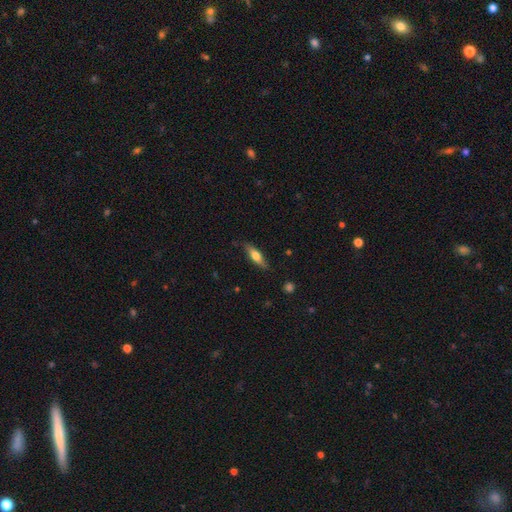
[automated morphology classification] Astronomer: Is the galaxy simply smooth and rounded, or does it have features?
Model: smooth — 61%.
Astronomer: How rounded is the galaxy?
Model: cigar-shaped — 52% (runner-up: in between, 45%).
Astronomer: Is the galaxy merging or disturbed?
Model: none — 82%.